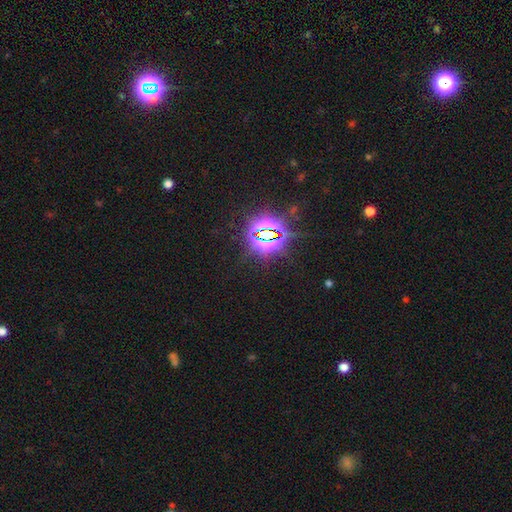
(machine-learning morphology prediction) The model was most divided on "smooth or featured": star or artifact: 85%, smooth: 9%, featured or disk: 6%.